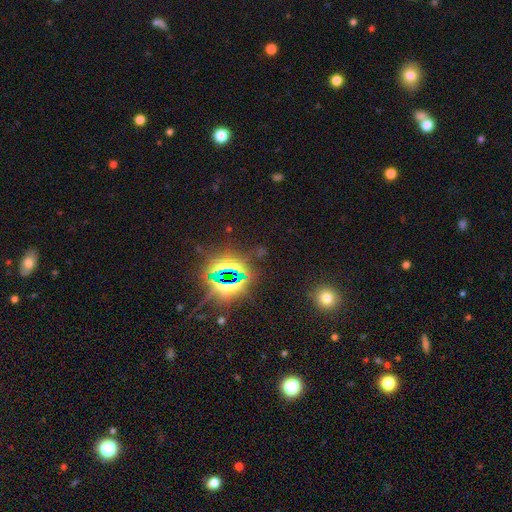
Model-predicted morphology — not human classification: This is likely a star or artifact rather than a galaxy (74%).